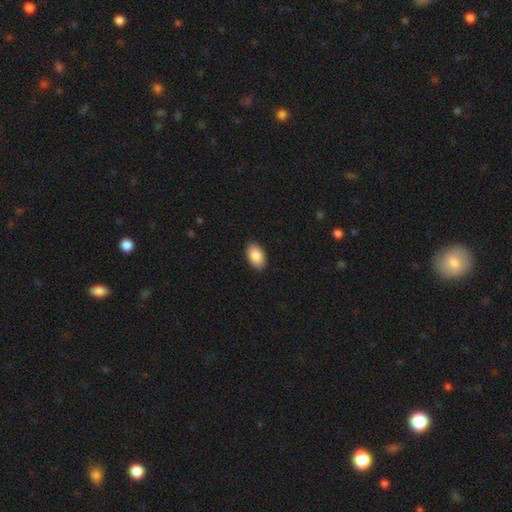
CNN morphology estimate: The model was most divided on "merging": none: 89%, minor disturbance: 9%, major disturbance: 2%, merger: 1%. More confident: how rounded — in between (94%); smooth or featured — smooth (89%).